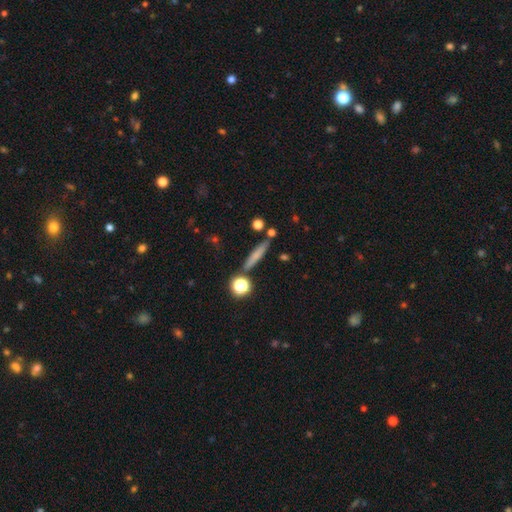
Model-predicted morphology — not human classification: Q: Smooth or featured?
A: smooth (68%); runner-up: featured or disk (21%)
Q: How rounded?
A: cigar-shaped (85%); runner-up: in between (10%)
Q: Merging?
A: none (82%); runner-up: minor disturbance (10%)